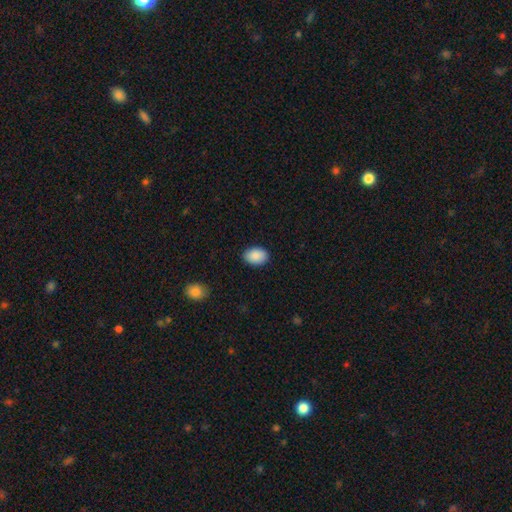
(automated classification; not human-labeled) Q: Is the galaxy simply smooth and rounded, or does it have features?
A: smooth — 90%.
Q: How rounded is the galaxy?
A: in between — 80%.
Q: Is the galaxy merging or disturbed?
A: none — 88%.